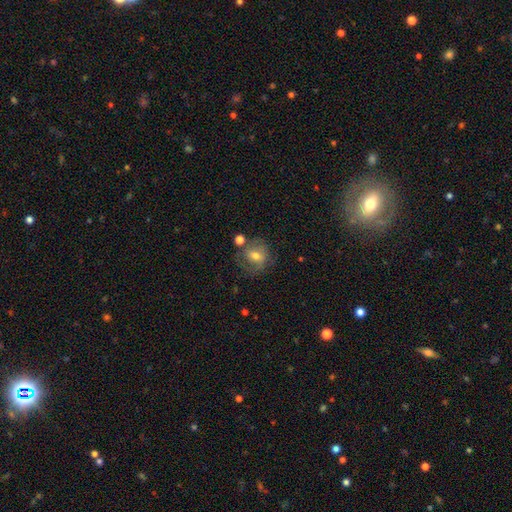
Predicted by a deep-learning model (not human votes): A smooth galaxy with no disk features (50%).

Vote fractions:
- Smooth or featured? smooth: 50% / featured or disk: 40% / star or artifact: 10%
- Merging? none: 59% / minor disturbance: 19% / major disturbance: 12% / merger: 10%